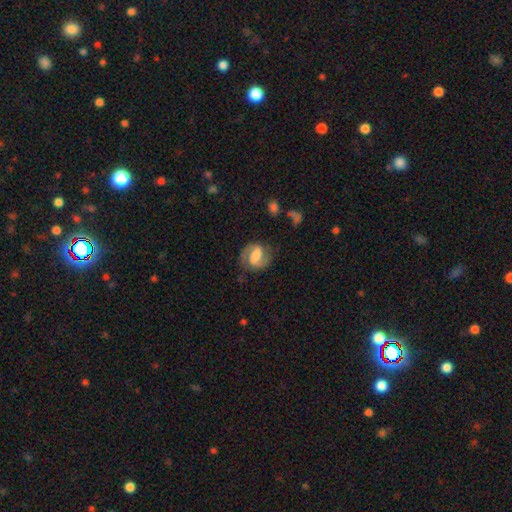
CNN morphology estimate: A featured or disk galaxy (83%) with a weak bar (47%), 2 (92%) medium (56%) spiral arms (96%) and a moderate central bulge (52%).

Vote fractions:
- Smooth or featured? featured or disk: 83% / smooth: 12% / star or artifact: 5%
- Edge-on disk? no: 98% / yes: 2%
- Bar? weak: 47% / strong: 33% / no: 20%
- Spiral arms? yes: 96% / no: 4%
- Spiral winding? medium: 56% / tight: 24% / loose: 20%
- Spiral arm count? 2: 92% / can't tell: 3% / 1: 2% / 3: 1% / 4: 1% / more than 4: 1%
- Bulge size? moderate: 52% / small: 21% / large: 18% / none: 7% / dominant: 2%
- Merging? none: 79% / minor disturbance: 14% / major disturbance: 6% / merger: 2%